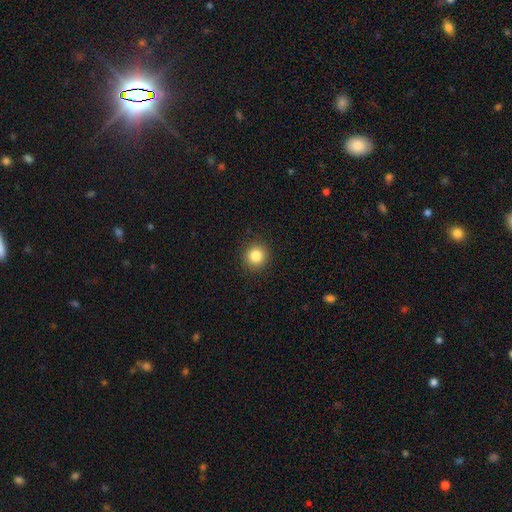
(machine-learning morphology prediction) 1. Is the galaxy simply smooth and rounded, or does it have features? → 84% smooth, 10% star or artifact, 5% featured or disk.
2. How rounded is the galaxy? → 92% round, 7% in between, 1% cigar-shaped.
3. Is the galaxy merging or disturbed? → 91% none, 6% minor disturbance, 2% major disturbance, 1% merger.